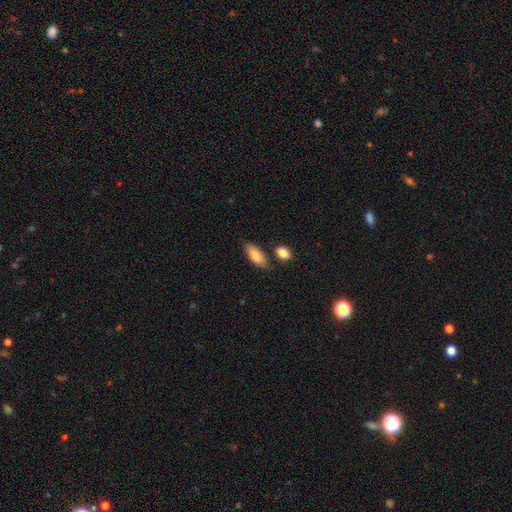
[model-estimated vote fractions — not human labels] This appears to be a smooth galaxy with no disk features (82%) that is in between round and cigar-shaped (81%). Merging: none (73%).